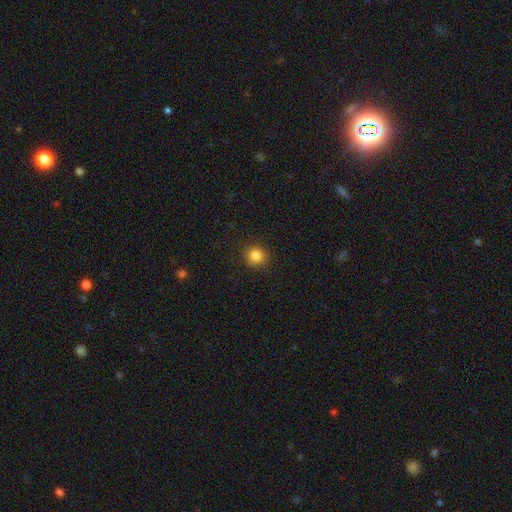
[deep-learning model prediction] A smooth galaxy with no disk features (85%) that is round (88%).

Vote fractions:
- Smooth or featured? smooth: 85% / star or artifact: 11% / featured or disk: 5%
- How rounded? round: 88% / in between: 11% / cigar-shaped: 1%
- Merging? none: 90% / minor disturbance: 7% / major disturbance: 2% / merger: 1%